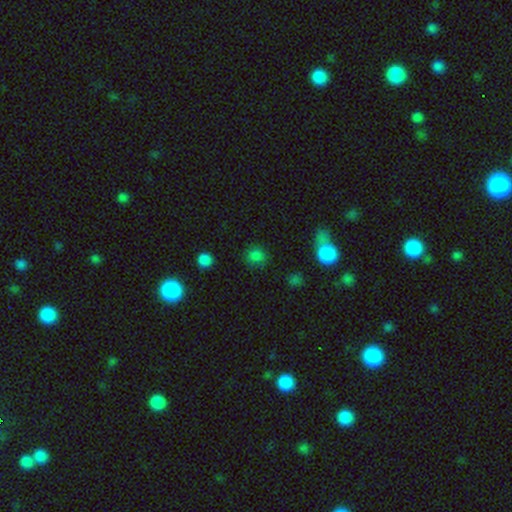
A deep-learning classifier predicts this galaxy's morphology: type=smooth (79%); roundness=round (86%); merging=none (81%).